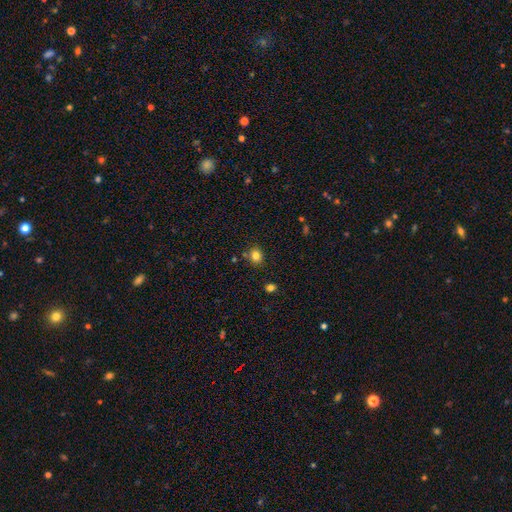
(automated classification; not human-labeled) Smooth or featured? Predicted: smooth (p=0.81). How rounded? Predicted: round (p=0.82). Merging? Predicted: none (p=0.81).